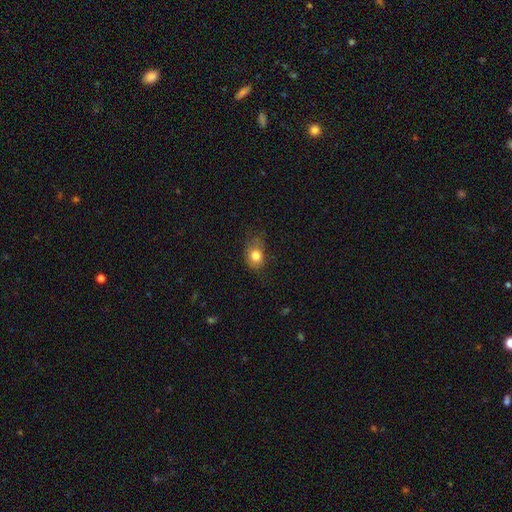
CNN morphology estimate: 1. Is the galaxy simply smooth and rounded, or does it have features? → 81% smooth, 10% featured or disk, 10% star or artifact.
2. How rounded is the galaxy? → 62% in between, 37% round, 1% cigar-shaped.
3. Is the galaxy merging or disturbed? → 59% none, 29% minor disturbance, 11% major disturbance, 1% merger.